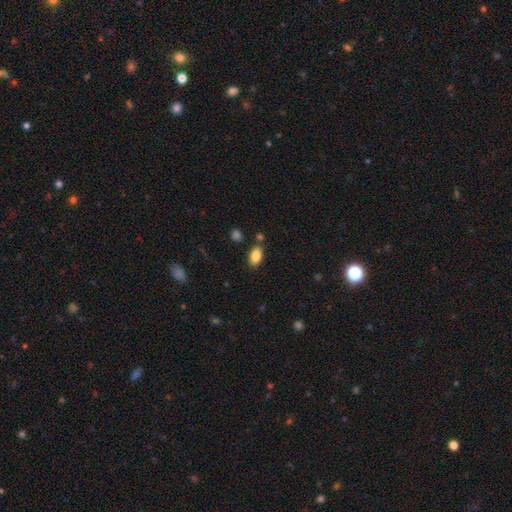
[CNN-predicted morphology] type=smooth (86%); roundness=in between (91%); merging=none (79%).